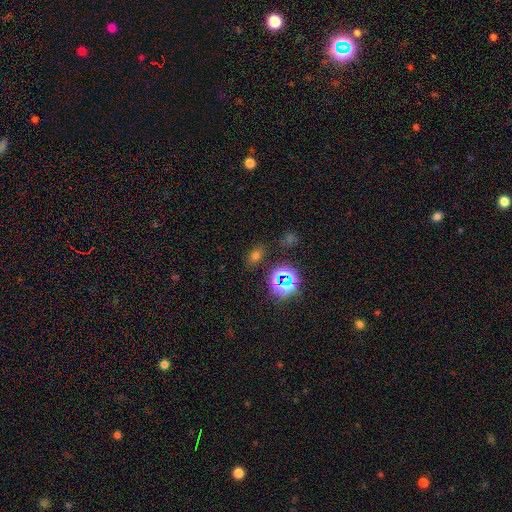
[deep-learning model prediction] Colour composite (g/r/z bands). It shows a smooth galaxy with no disk features (57%) that is in between round and cigar-shaped (77%). Merging: none (82%).